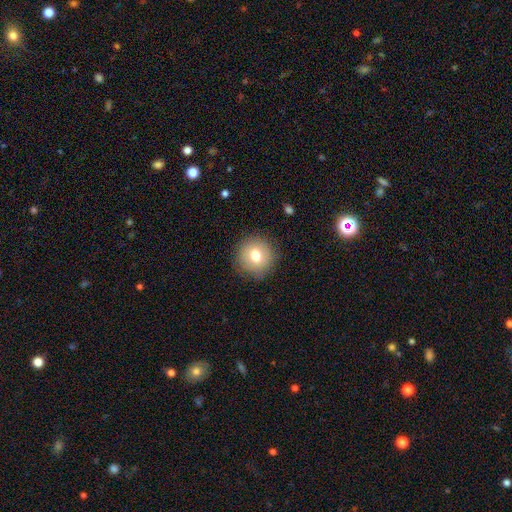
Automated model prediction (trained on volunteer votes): This is likely a smooth galaxy (74%). How rounded: clearly round (91%). Merging: clearly none (87%).